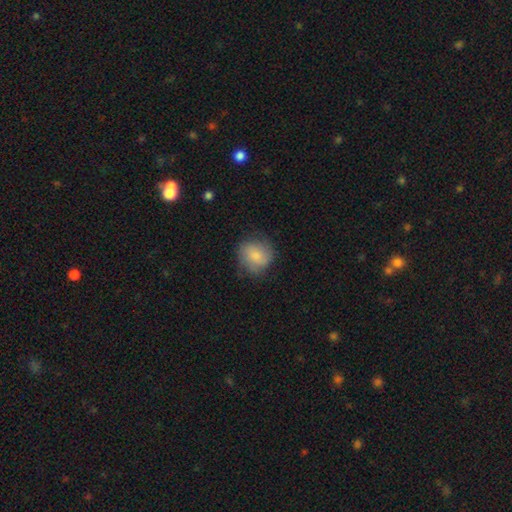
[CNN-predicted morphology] smooth_or_featured: smooth (p=0.78) [alt: featured or disk p=0.15]
how_rounded: round (p=0.80) [alt: in between p=0.19]
merging: none (p=0.70) [alt: minor disturbance p=0.22]